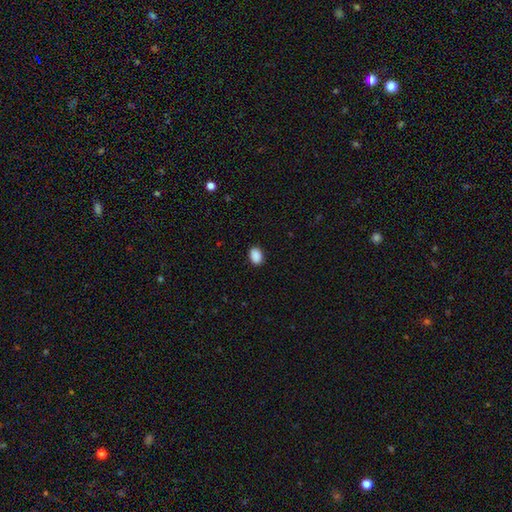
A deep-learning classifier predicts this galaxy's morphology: smooth 90%, star or artifact 8%, featured or disk 2%. Down the decision tree: how rounded — in between (81%); merging — none (89%).